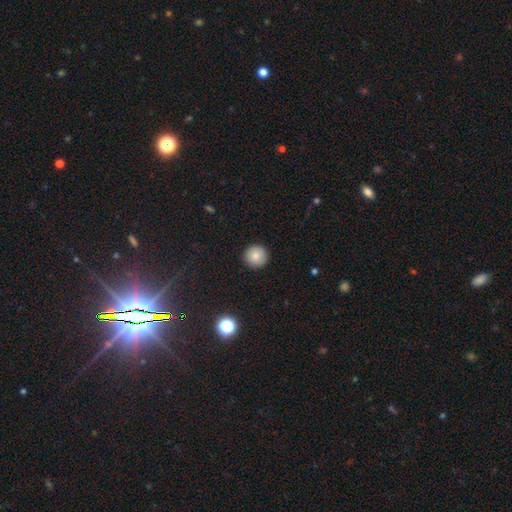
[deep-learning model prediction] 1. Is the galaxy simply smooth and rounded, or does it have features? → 81% smooth, 10% star or artifact, 8% featured or disk.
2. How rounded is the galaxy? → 96% round, 3% in between, 1% cigar-shaped.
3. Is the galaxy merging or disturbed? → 92% none, 5% minor disturbance, 2% major disturbance, 1% merger.